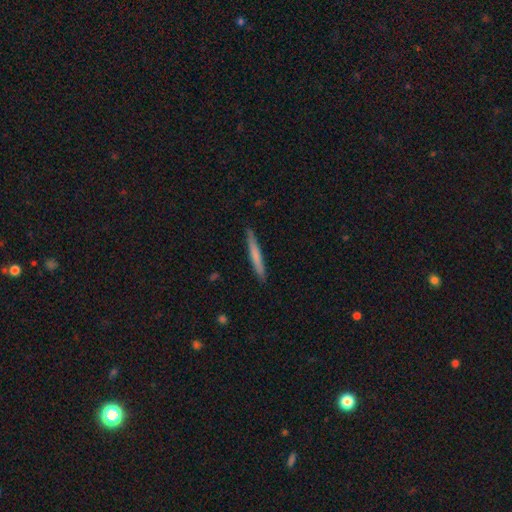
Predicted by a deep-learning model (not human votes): smooth-or-featured: smooth: 66% | featured or disk: 29% | star or artifact: 5%
  how-rounded: cigar-shaped: 96% | in between: 2% | round: 1%
  merging: none: 90% | minor disturbance: 7% | major disturbance: 1% | merger: 1%